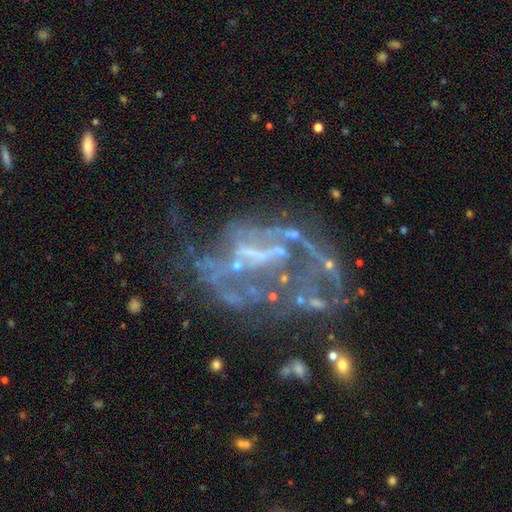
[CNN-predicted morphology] This is likely a featured or disk galaxy (76%). It is clearly not viewed edge-on (98%). Bar: possibly no (52%). Spiral arm pattern: possibly no (57%). Central bulge: possibly none (60%). Merging: marginally major disturbance (42%).